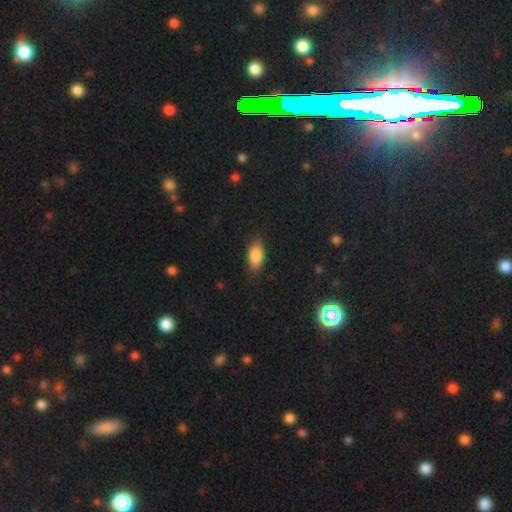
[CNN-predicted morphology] A smooth galaxy with no disk features (85%) that is in between round and cigar-shaped (89%).

Vote fractions:
- Smooth or featured? smooth: 85% / star or artifact: 8% / featured or disk: 7%
- How rounded? in between: 89% / round: 6% / cigar-shaped: 5%
- Merging? none: 83% / minor disturbance: 13% / major disturbance: 3% / merger: 1%